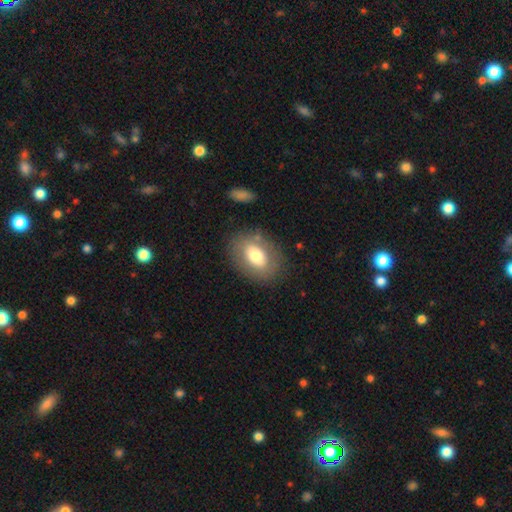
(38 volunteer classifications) Smooth or featured: smooth — 82% (featured or disk — 16%)
How rounded: in between — 81% (round — 16%)
Merging: none — 81% (minor disturbance — 11%)